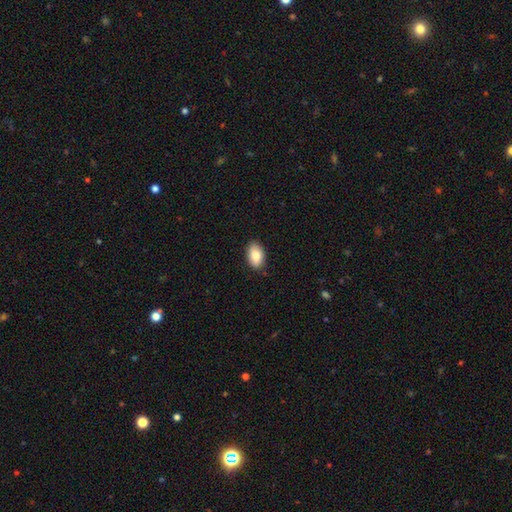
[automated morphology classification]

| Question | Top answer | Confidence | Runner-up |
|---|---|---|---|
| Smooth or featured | smooth | 87% | featured or disk (7%) |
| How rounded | in between | 93% | round (6%) |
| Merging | none | 86% | minor disturbance (12%) |